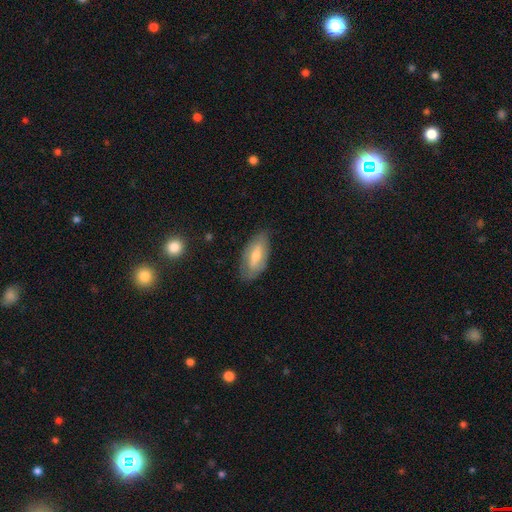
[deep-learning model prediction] This is possibly a smooth galaxy (51%). How rounded: clearly in between (87%). Merging: likely none (76%).